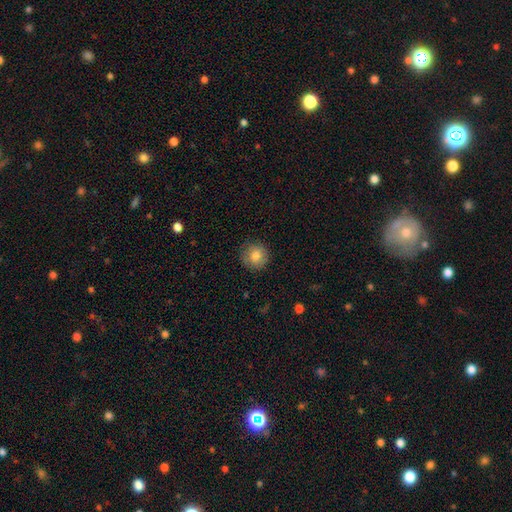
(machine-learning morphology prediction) This is clearly a smooth galaxy (82%). How rounded: clearly round (93%). Merging: clearly none (86%).